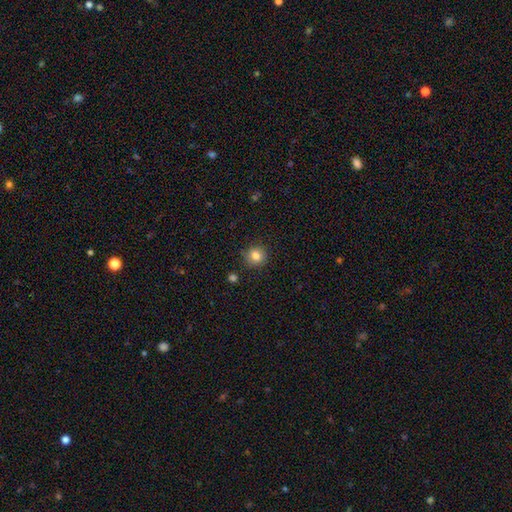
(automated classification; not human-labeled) smooth 82%, star or artifact 11%, featured or disk 7%. Down the decision tree: how rounded — round (91%); merging — none (87%).